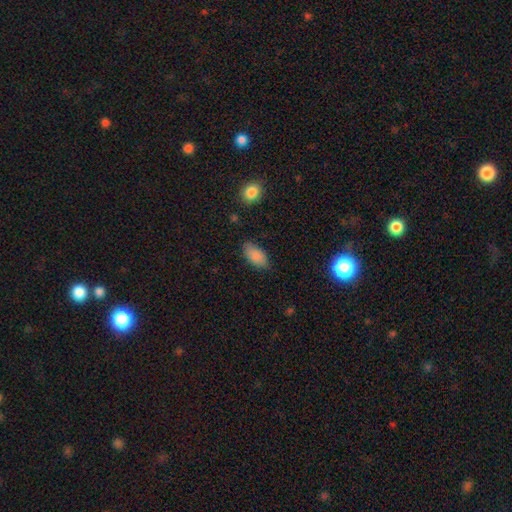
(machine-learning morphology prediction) smooth_or_featured: smooth (p=0.87) [alt: star or artifact p=0.08]
how_rounded: in between (p=0.92) [alt: cigar-shaped p=0.06]
merging: none (p=0.78) [alt: minor disturbance p=0.17]